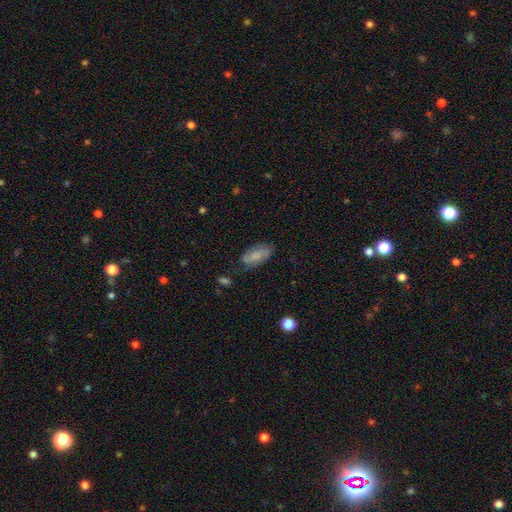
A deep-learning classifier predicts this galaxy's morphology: This appears to be a smooth galaxy with no disk features (76%) that is in between round and cigar-shaped (85%). Merging: none (71%).